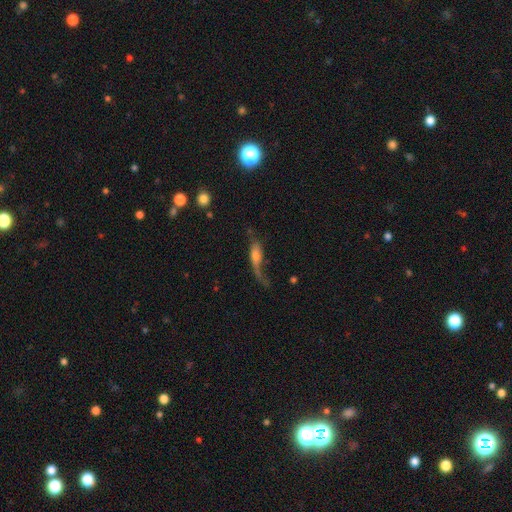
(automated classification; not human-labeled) smooth_or_featured: featured or disk (p=0.54) [alt: smooth p=0.38]
disk_edge_on: no (p=0.71) [alt: yes p=0.29]
merging: major disturbance (p=0.41) [alt: none p=0.32]